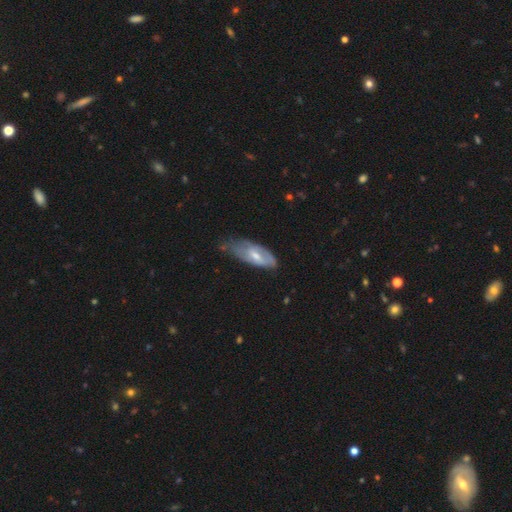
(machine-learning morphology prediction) Overall: featured or disk (47%, tied with smooth). Merging: minor disturbance (43%; none 36%).